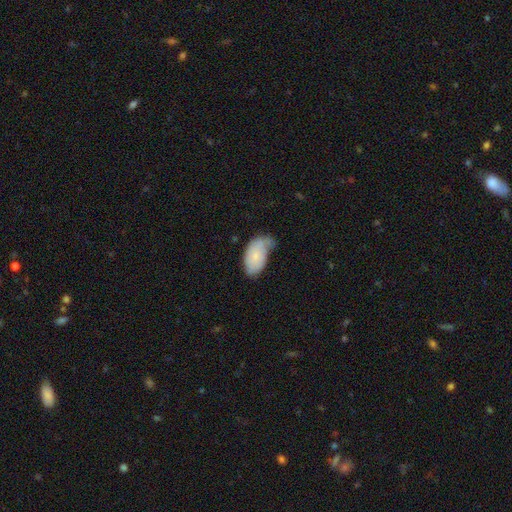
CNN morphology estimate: Overall: smooth (68%). How rounded: in between (94%). Merging: minor disturbance (43%; none 32%).